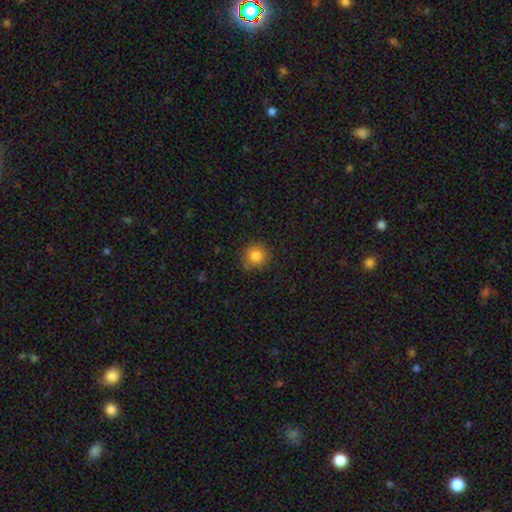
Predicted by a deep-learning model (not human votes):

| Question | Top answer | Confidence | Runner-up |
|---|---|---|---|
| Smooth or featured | smooth | 84% | star or artifact (11%) |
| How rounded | round | 93% | in between (6%) |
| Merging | none | 86% | minor disturbance (10%) |